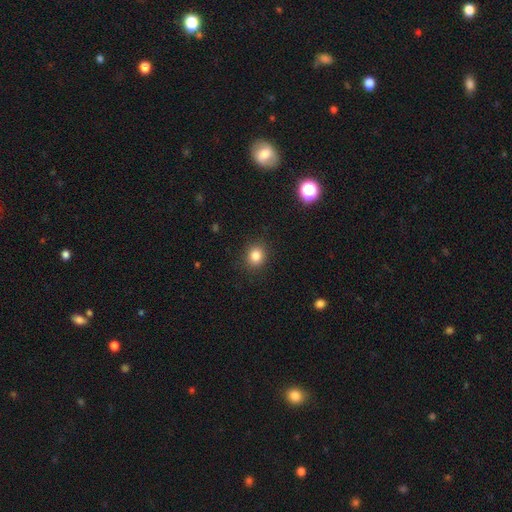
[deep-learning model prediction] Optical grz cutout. It shows a smooth galaxy with no disk features (83%) that is round (75%). Merging: none (89%).